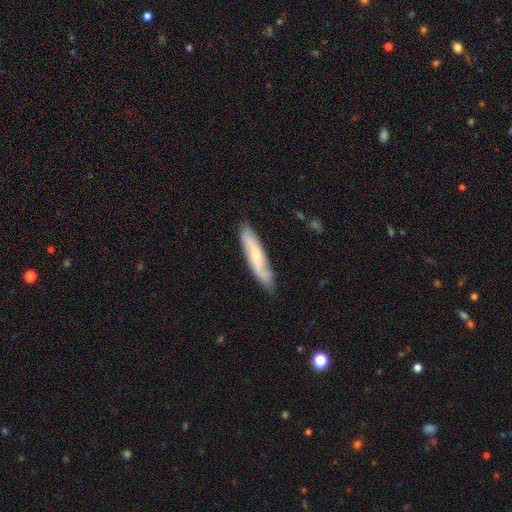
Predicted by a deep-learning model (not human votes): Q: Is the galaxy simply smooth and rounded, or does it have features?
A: featured or disk — 50%.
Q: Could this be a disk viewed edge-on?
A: no — 59%.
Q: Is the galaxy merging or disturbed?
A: none — 84%.